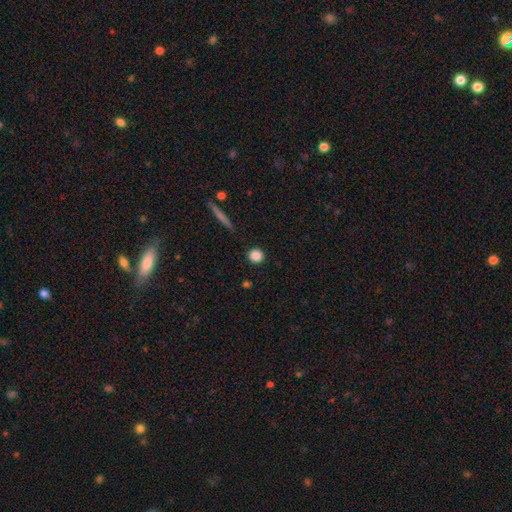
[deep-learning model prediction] A smooth galaxy with no disk features (85%) that is round (92%).

Vote fractions:
- Smooth or featured? smooth: 85% / star or artifact: 10% / featured or disk: 5%
- How rounded? round: 92% / in between: 6% / cigar-shaped: 2%
- Merging? none: 91% / minor disturbance: 6% / major disturbance: 2% / merger: 2%